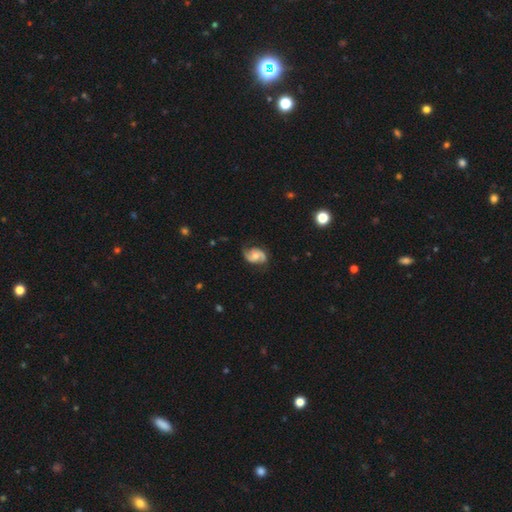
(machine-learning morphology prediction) smooth_or_featured: featured or disk (p=0.79) [alt: smooth p=0.15]
disk_edge_on: no (p=0.97) [alt: yes p=0.03]
bar: no (p=0.56) [alt: weak p=0.36]
has_spiral_arms: yes (p=0.95) [alt: no p=0.05]
spiral_winding: medium (p=0.47) [alt: loose p=0.33]
spiral_arm_count: 2 (p=0.90) [alt: can't tell p=0.04]
bulge_size: moderate (p=0.59) [alt: small p=0.31]
merging: none (p=0.74) [alt: minor disturbance p=0.19]